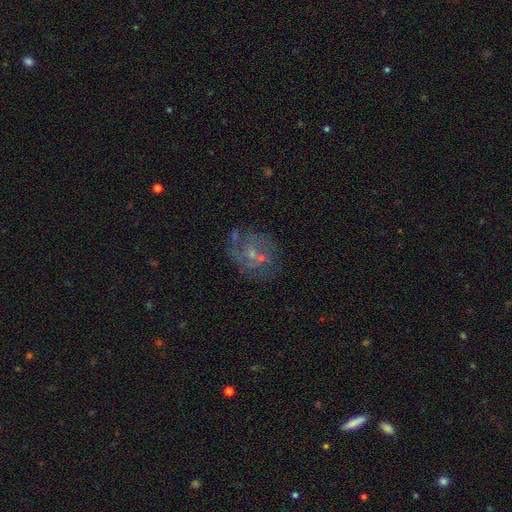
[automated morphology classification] type=featured or disk (57%); edge-on=no (97%); bar=no (66%); spiral arms=yes (54%); bulge=small (58%); merging=none (65%).